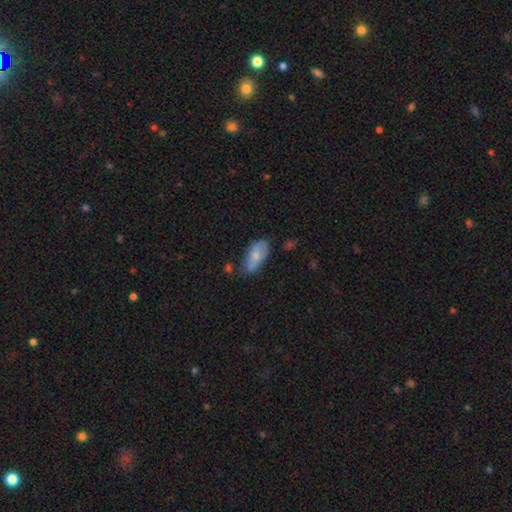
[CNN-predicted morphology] Smooth or featured? Predicted: smooth (p=0.67). How rounded? Predicted: in between (p=0.87). Merging? Predicted: none (p=0.59).